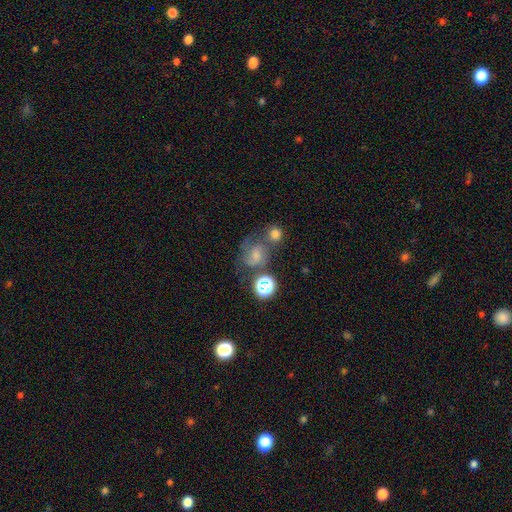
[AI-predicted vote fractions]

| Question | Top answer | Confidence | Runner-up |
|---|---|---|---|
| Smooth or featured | smooth | 47% | featured or disk (33%) |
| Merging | none | 36% | merger (27%) |